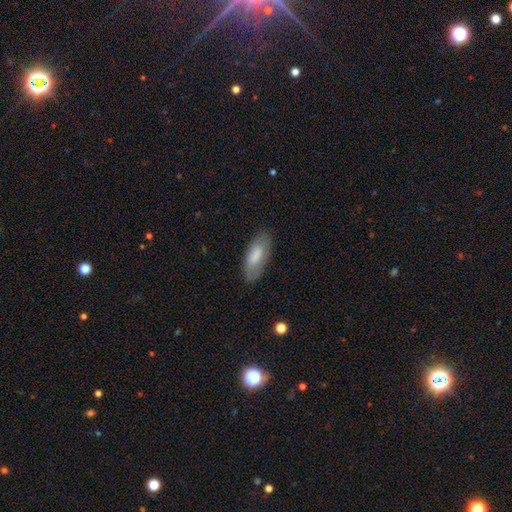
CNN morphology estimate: A smooth galaxy with no disk features (77%) that is in between round and cigar-shaped (79%). Merging: none (79%).